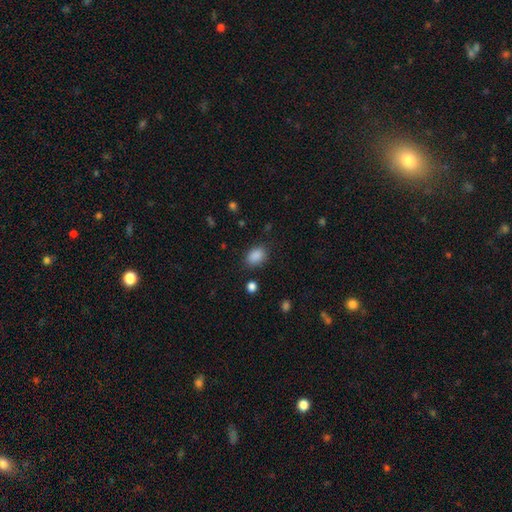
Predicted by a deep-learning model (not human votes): smooth 87%, star or artifact 9%, featured or disk 4%. Down the decision tree: how rounded — in between (79%); merging — none (81%).